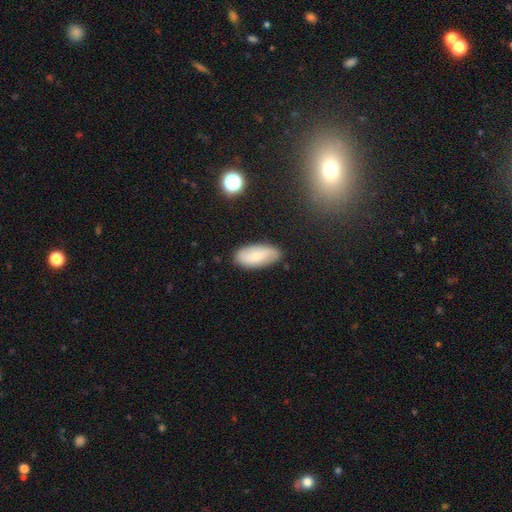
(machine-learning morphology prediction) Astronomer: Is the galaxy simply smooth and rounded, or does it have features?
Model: smooth — 65%.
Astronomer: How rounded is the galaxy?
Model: in between — 89%.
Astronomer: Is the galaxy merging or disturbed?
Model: none — 82%.